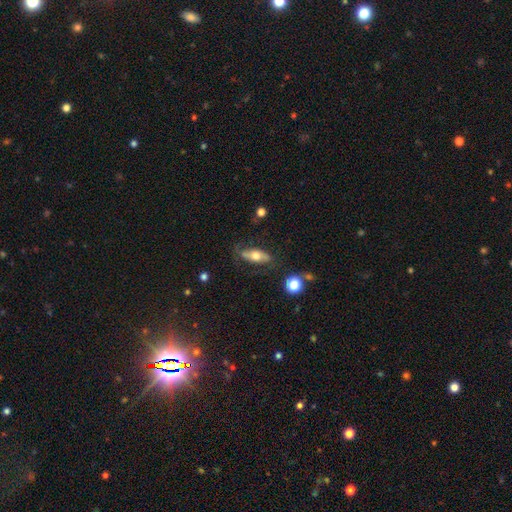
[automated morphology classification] Smooth or featured: smooth — 52% (featured or disk — 42%)
How rounded: in between — 73% (cigar-shaped — 23%)
Merging: none — 67% (minor disturbance — 21%)